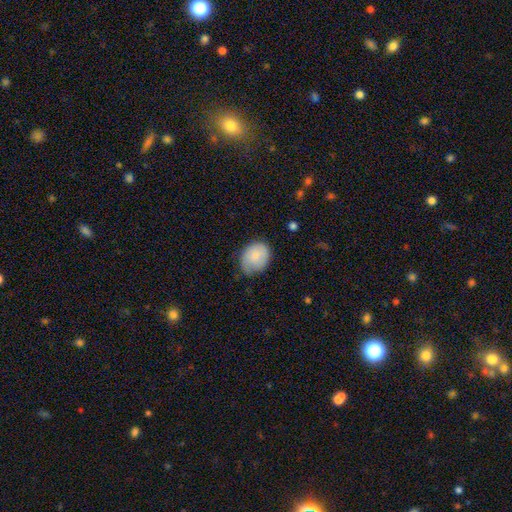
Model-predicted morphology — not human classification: smooth 77%, featured or disk 17%, star or artifact 6%. Down the decision tree: how rounded — in between (53%); merging — none (53%).